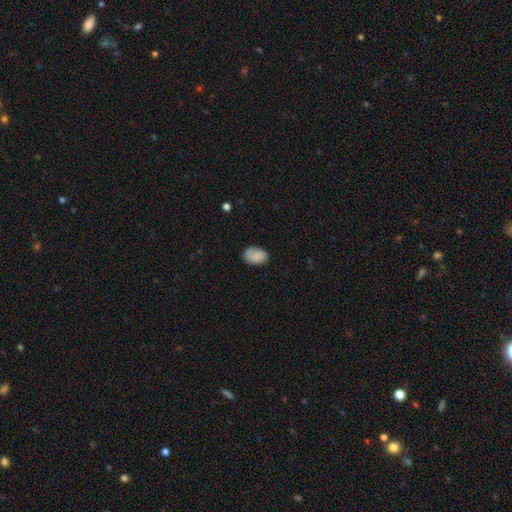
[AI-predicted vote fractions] smooth 85%, featured or disk 8%, star or artifact 7%. Down the decision tree: how rounded — in between (88%); merging — none (73%).